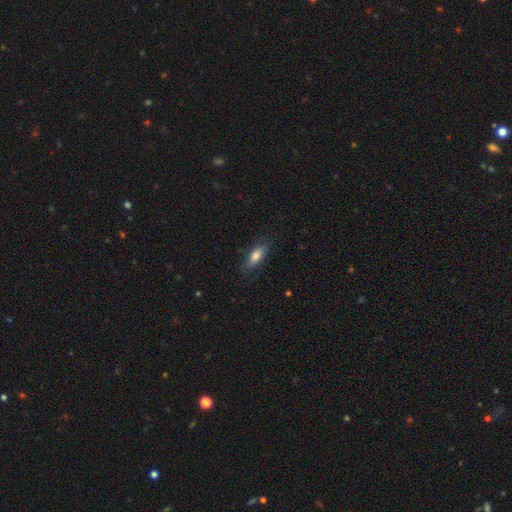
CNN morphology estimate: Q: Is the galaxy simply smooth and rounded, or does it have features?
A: smooth — 77%.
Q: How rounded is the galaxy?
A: in between — 73%.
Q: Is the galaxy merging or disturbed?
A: none — 80%.